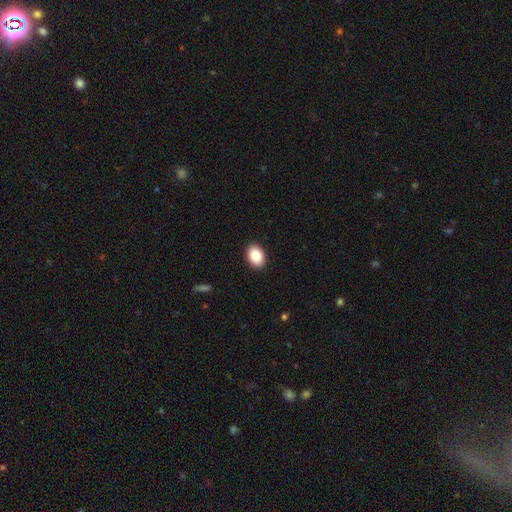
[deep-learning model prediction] A smooth galaxy with no disk features (87%) that is in between round and cigar-shaped (82%). Merging: none (90%).